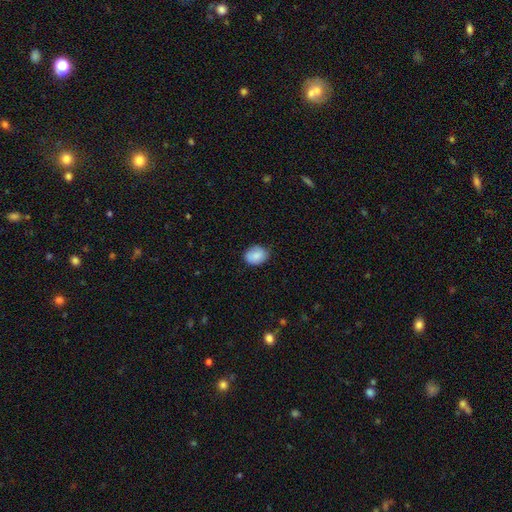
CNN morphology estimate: Smooth or featured? smooth (86%)
How rounded? in between (56%)
Merging? none (74%)